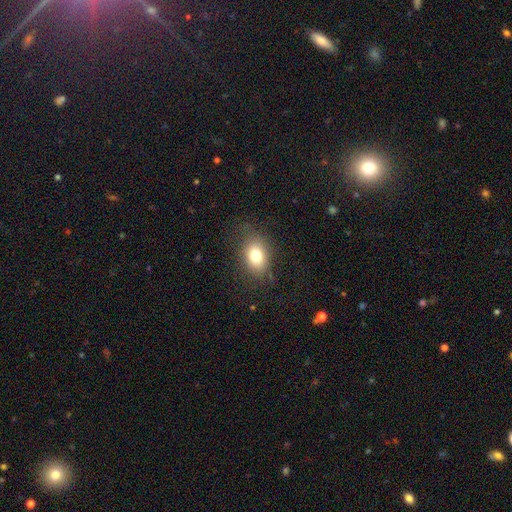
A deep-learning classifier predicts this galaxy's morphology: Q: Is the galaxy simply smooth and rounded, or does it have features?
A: smooth — 77%.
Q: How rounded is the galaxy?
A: in between — 70%.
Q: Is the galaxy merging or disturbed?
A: none — 78%.